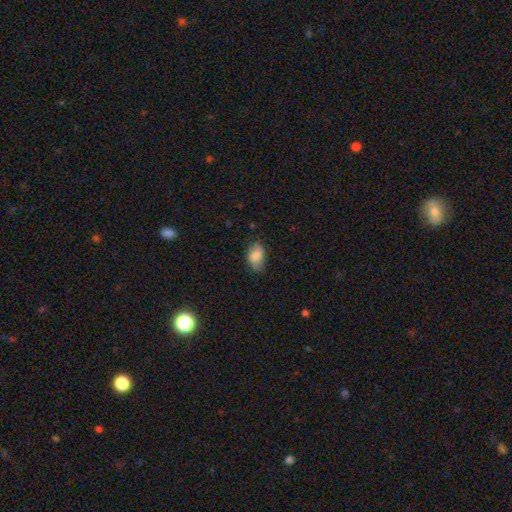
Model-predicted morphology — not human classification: smooth_or_featured: smooth (p=0.77) [alt: featured or disk p=0.15]
how_rounded: in between (p=0.88) [alt: round p=0.11]
merging: none (p=0.67) [alt: minor disturbance p=0.26]